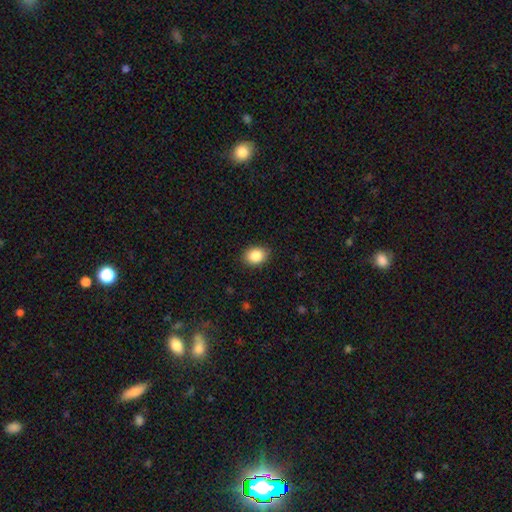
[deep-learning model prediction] This appears to be a smooth galaxy with no disk features (87%) that is in between round and cigar-shaped (67%). Merging: none (88%).